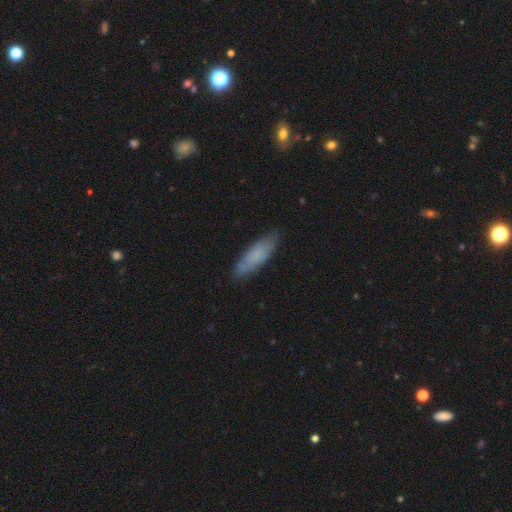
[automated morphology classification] smooth_or_featured: smooth (p=0.78) [alt: featured or disk p=0.16]
how_rounded: cigar-shaped (p=0.62) [alt: in between p=0.37]
merging: none (p=0.83) [alt: minor disturbance p=0.13]